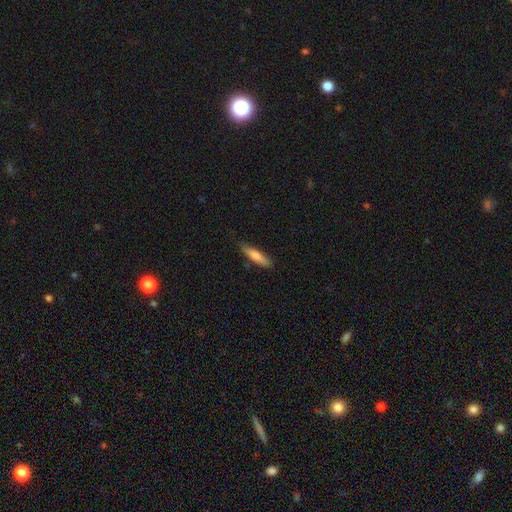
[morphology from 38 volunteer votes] smooth_or_featured: smooth (p=0.76) [alt: featured or disk p=0.16]
how_rounded: cigar-shaped (p=0.76) [alt: in between p=0.24]
merging: none (p=0.83) [alt: minor disturbance p=0.17]